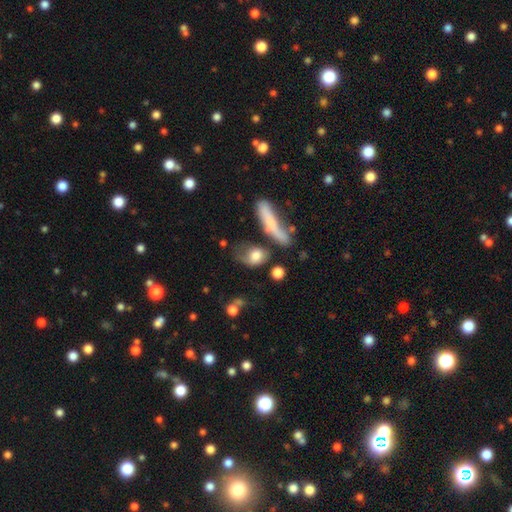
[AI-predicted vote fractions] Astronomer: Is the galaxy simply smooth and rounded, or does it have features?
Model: smooth — 70%.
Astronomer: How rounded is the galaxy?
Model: in between — 64%.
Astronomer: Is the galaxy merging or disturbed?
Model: none — 37% (runner-up: minor disturbance, 24%).